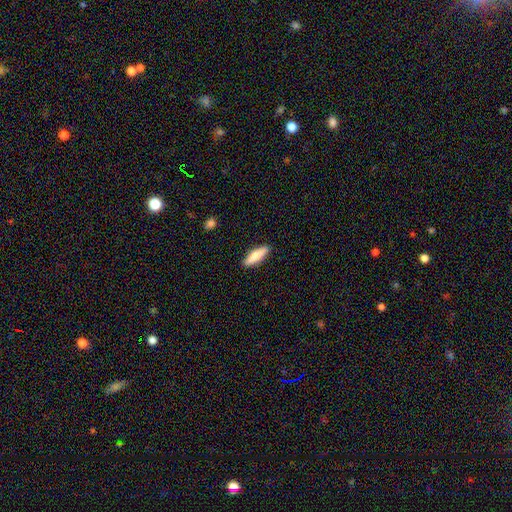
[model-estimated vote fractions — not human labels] Smooth or featured?
  - smooth: 71% *
  - featured or disk: 23%
  - star or artifact: 6%
How rounded?
  - cigar-shaped: 60% *
  - in between: 38%
  - round: 2%
Merging?
  - none: 90% *
  - minor disturbance: 7%
  - major disturbance: 2%
  - merger: 1%